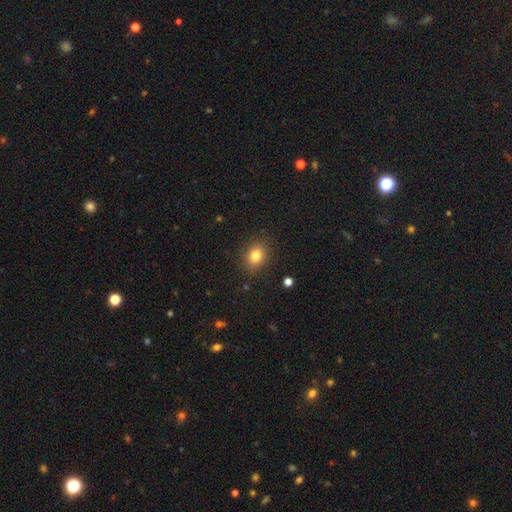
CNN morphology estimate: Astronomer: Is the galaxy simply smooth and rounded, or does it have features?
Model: smooth — 82%.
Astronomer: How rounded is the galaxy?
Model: round — 56% (runner-up: in between, 43%).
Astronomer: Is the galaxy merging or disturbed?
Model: none — 88%.